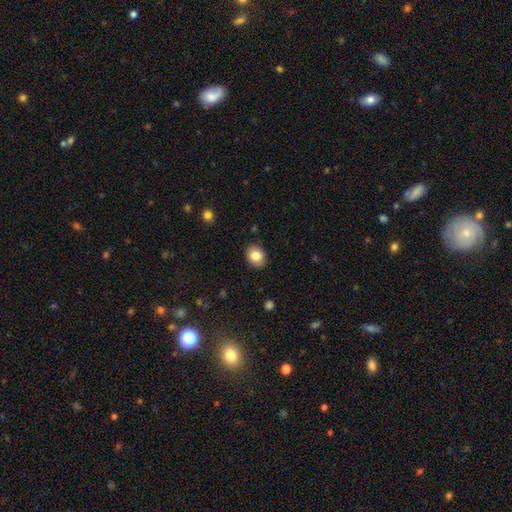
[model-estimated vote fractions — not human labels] Overall: smooth (83%). How rounded: in between (56%; round 43%). Merging: none (88%).